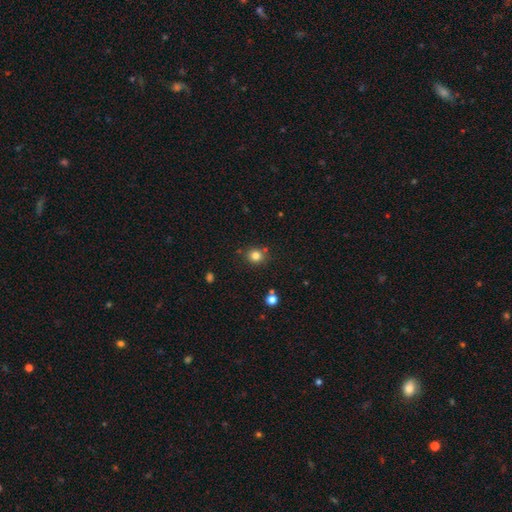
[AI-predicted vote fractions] This is clearly a smooth galaxy (81%). How rounded: clearly round (86%). Merging: clearly none (81%).